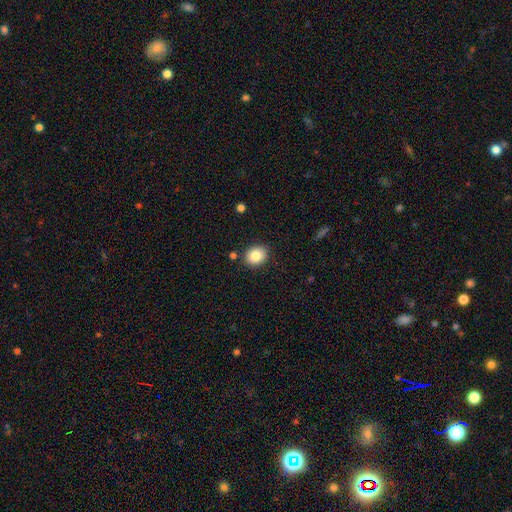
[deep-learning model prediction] Smooth or featured?
  - smooth: 84% *
  - star or artifact: 9%
  - featured or disk: 7%
How rounded?
  - round: 56% *
  - in between: 43%
  - cigar-shaped: 1%
Merging?
  - none: 87% *
  - minor disturbance: 8%
  - merger: 3%
  - major disturbance: 2%